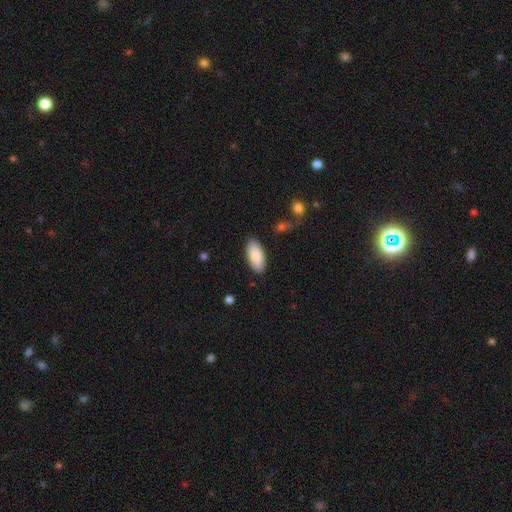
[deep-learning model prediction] This is clearly a smooth galaxy (87%). How rounded: clearly in between (91%). Merging: clearly none (88%).